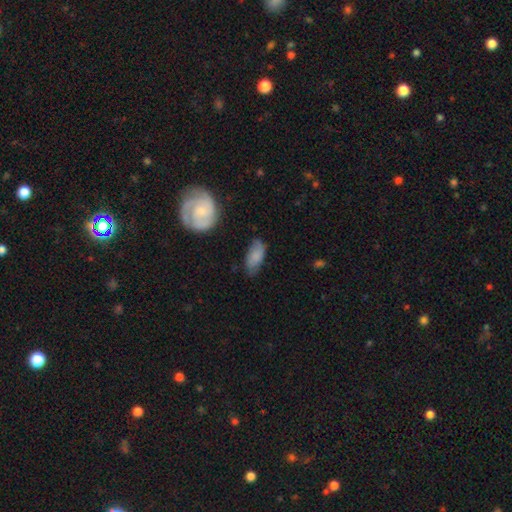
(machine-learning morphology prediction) smooth-or-featured: smooth: 73% | featured or disk: 20% | star or artifact: 7%
  how-rounded: in between: 90% | cigar-shaped: 7% | round: 3%
  merging: none: 63% | minor disturbance: 27% | major disturbance: 7% | merger: 3%